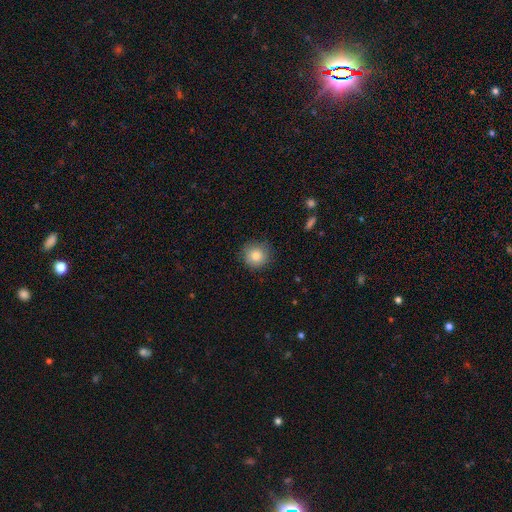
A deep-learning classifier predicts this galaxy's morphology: smooth 83%, star or artifact 9%, featured or disk 8%. Down the decision tree: how rounded — round (93%); merging — none (85%).